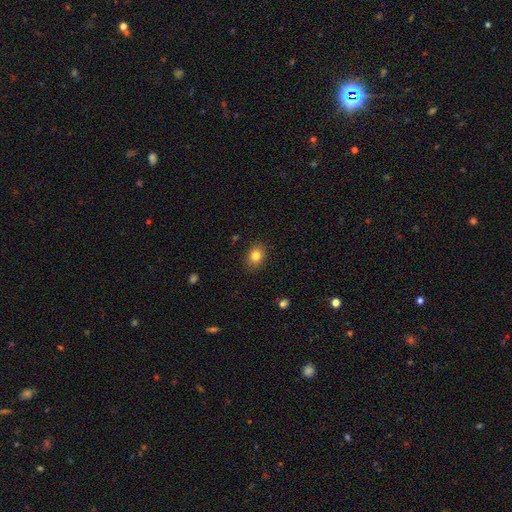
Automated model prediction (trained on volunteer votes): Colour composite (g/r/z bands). It shows a smooth galaxy with no disk features (82%) that is in between round and cigar-shaped (52%). Merging: none (88%).